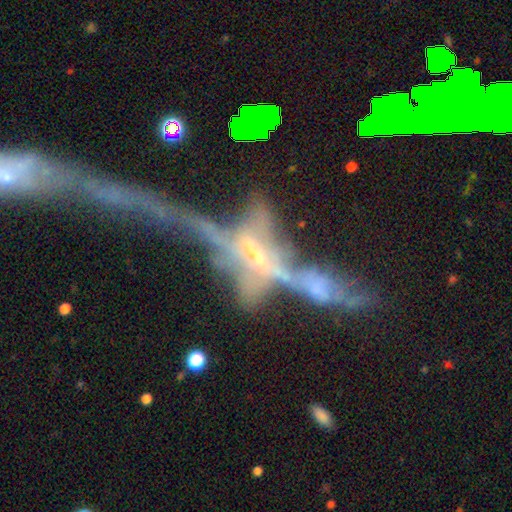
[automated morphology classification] A featured or disk galaxy (73%) viewed edge-on (57%).

Vote fractions:
- Smooth or featured? featured or disk: 73% / smooth: 15% / star or artifact: 13%
- Edge-on disk? yes: 57% / no: 43%
- Merging? merger: 51% / major disturbance: 28% / none: 14% / minor disturbance: 8%